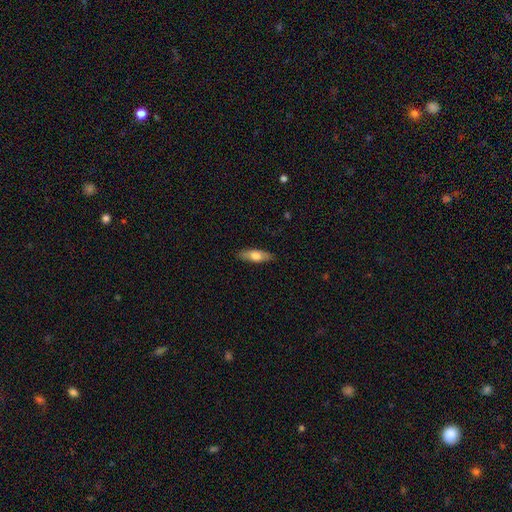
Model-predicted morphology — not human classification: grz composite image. It shows a smooth galaxy with no disk features (65%) that is in between round and cigar-shaped (56%). Merging: none (87%).